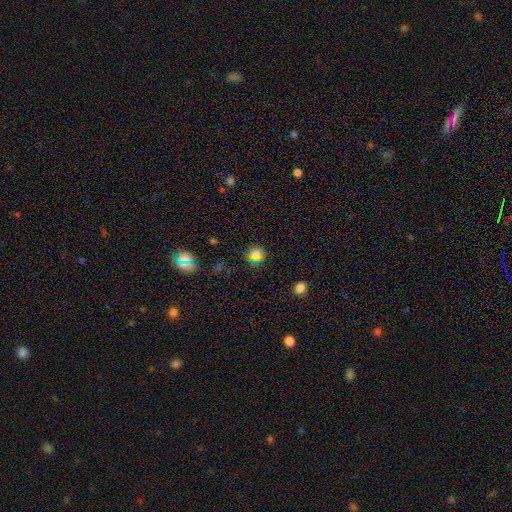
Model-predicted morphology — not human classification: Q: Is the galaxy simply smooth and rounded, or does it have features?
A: smooth — 53%.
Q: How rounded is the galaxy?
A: round — 83%.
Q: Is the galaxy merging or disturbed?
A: none — 85%.